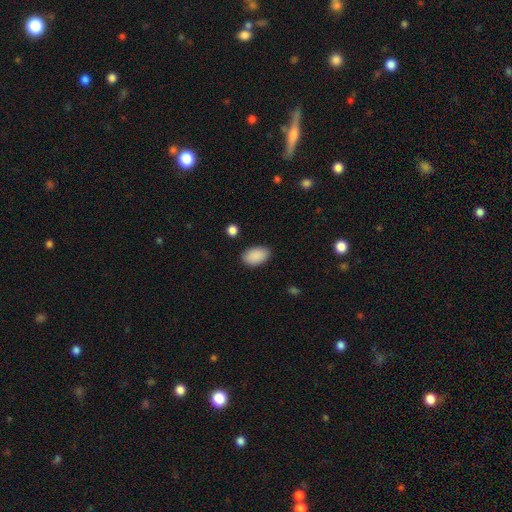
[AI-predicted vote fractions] smooth_or_featured: smooth (p=0.90) [alt: star or artifact p=0.07]
how_rounded: in between (p=0.92) [alt: round p=0.07]
merging: none (p=0.85) [alt: minor disturbance p=0.11]